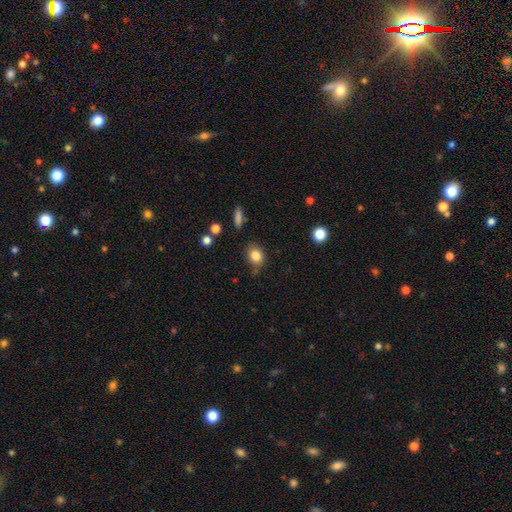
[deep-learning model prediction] smooth 83%, star or artifact 10%, featured or disk 6%. Down the decision tree: how rounded — round (54%); merging — none (75%).